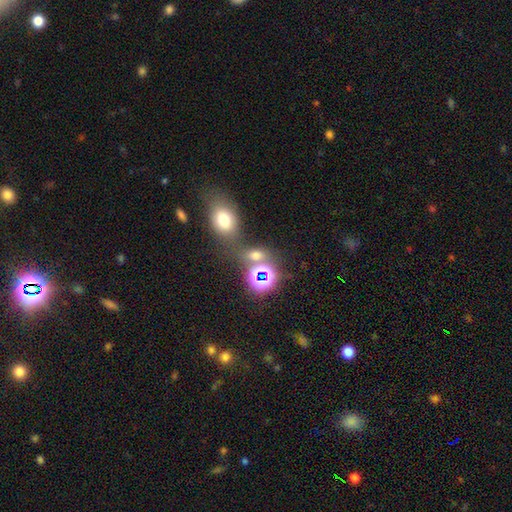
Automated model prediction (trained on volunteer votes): A smooth galaxy with no disk features (50%). Merging: none (60%).